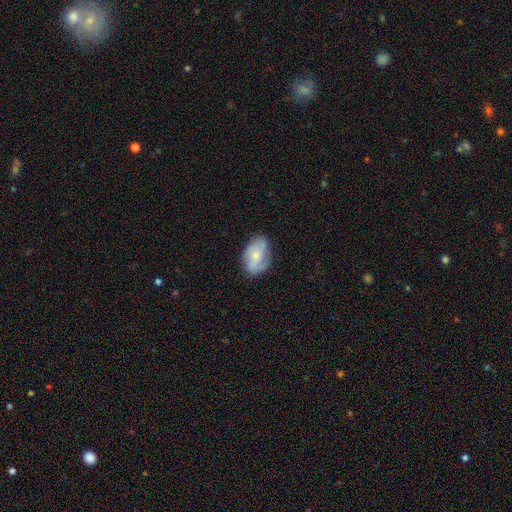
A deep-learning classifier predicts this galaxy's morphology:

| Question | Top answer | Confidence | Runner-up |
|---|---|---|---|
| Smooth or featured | smooth | 49% | featured or disk (45%) |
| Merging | none | 66% | minor disturbance (25%) |